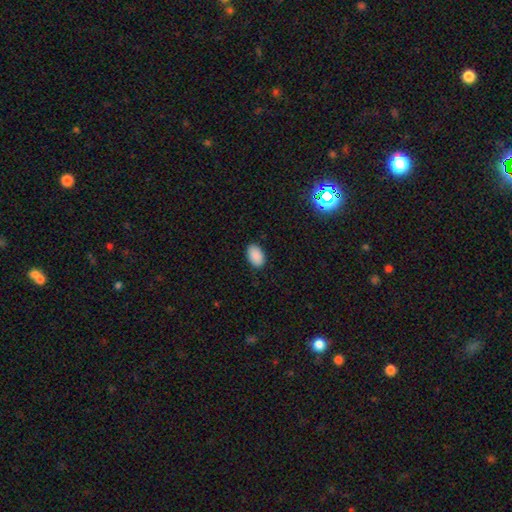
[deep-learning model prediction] smooth_or_featured: smooth (p=0.90) [alt: star or artifact p=0.08]
how_rounded: in between (p=0.91) [alt: round p=0.08]
merging: none (p=0.87) [alt: minor disturbance p=0.10]